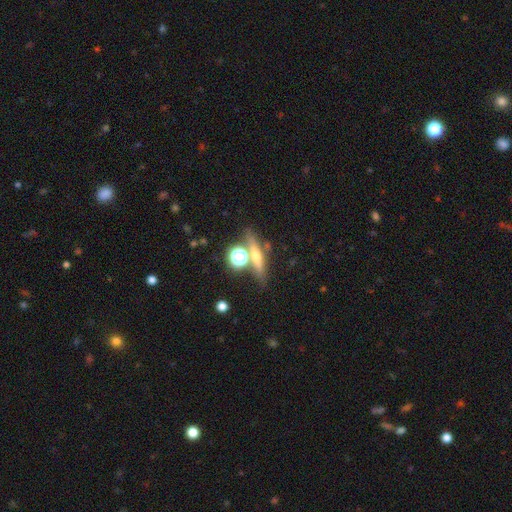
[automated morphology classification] featured or disk 43%, smooth 41%, star or artifact 16%. Down the decision tree: merging — none (69%).